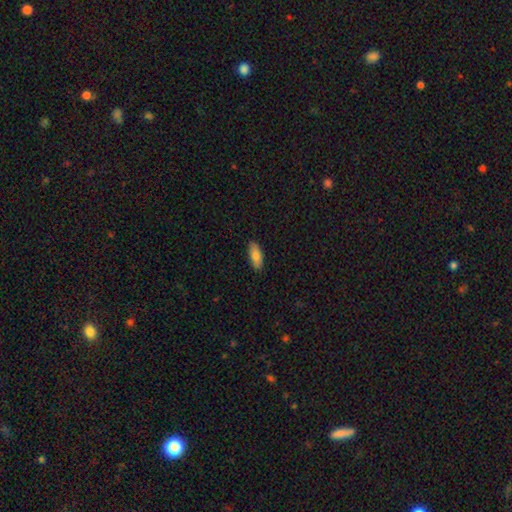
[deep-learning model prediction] A smooth galaxy with no disk features (82%) that is in between round and cigar-shaped (84%). Merging: none (88%).